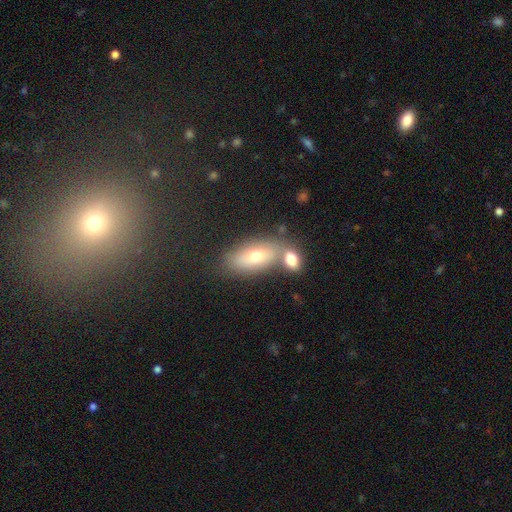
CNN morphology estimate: This appears to be a smooth galaxy with no disk features (65%) that is in between round and cigar-shaped (84%). Merging: none (52%).